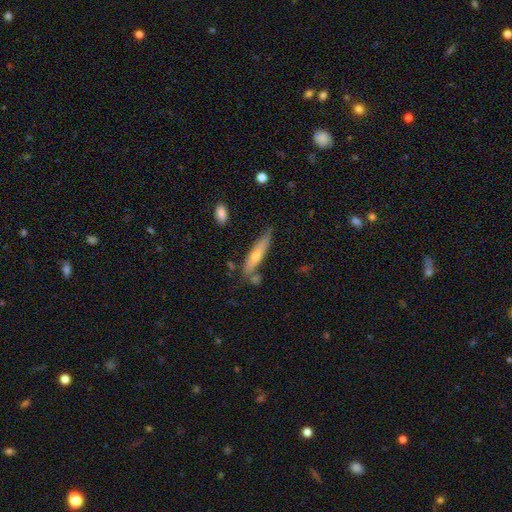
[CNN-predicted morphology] This appears to be a smooth galaxy with no disk features (50%) that is cigar-shaped (82%). Merging: none (67%).